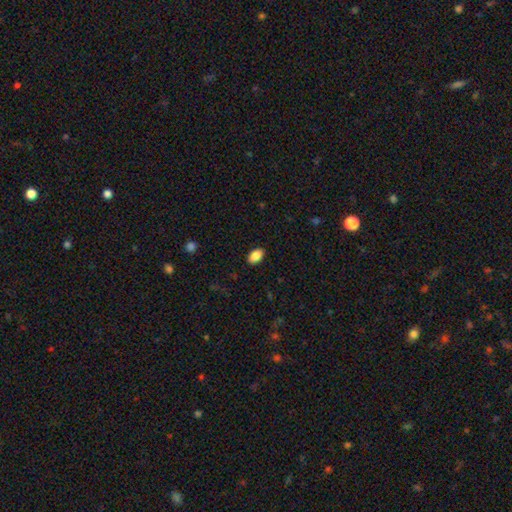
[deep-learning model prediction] Smooth or featured?
  - smooth: 88% *
  - star or artifact: 8%
  - featured or disk: 4%
How rounded?
  - in between: 92% *
  - round: 7%
  - cigar-shaped: 2%
Merging?
  - none: 89% *
  - minor disturbance: 8%
  - major disturbance: 2%
  - merger: 1%